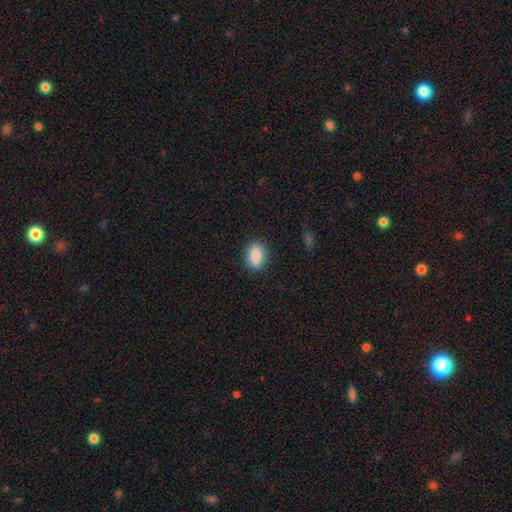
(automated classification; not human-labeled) The model was most divided on "how rounded": in between: 81%, round: 13%, cigar-shaped: 6%. More confident: smooth or featured — smooth (87%); merging — none (87%).